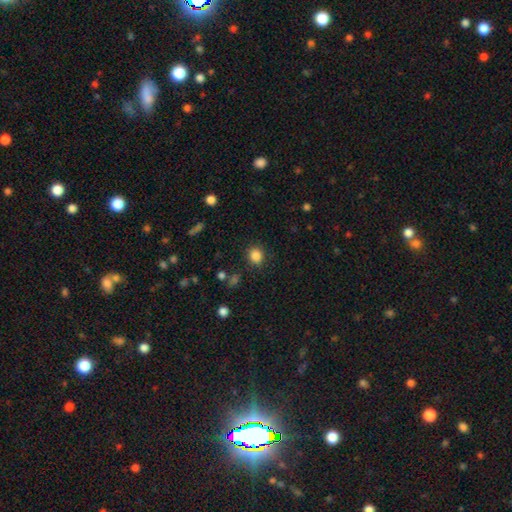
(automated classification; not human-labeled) Overall: smooth (85%). How rounded: round (74%). Merging: none (86%).